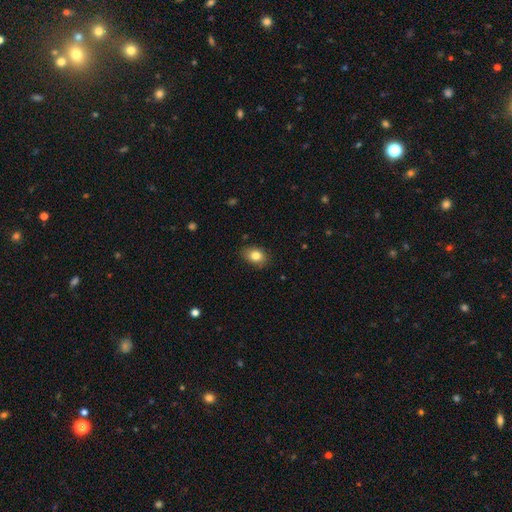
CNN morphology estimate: Smooth or featured? smooth (82%)
How rounded? in between (70%)
Merging? none (83%)